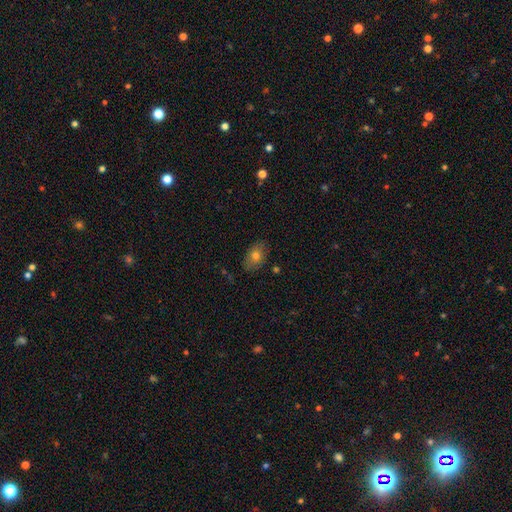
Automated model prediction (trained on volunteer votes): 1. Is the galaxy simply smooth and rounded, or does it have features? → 76% smooth, 15% featured or disk, 9% star or artifact.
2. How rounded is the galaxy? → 85% in between, 13% round, 2% cigar-shaped.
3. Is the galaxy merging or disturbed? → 82% none, 14% minor disturbance, 3% major disturbance, 2% merger.